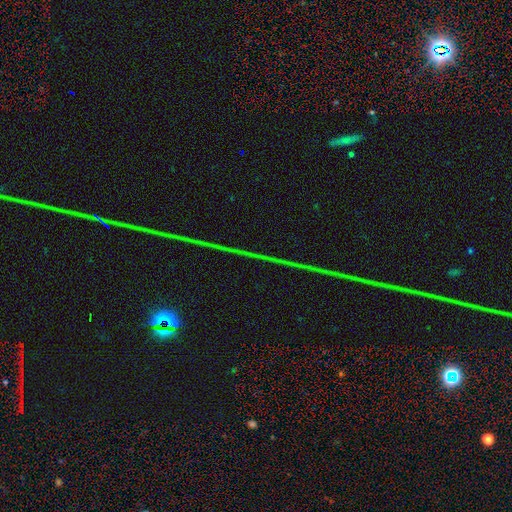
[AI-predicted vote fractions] Smooth or featured: star or artifact — 86% (featured or disk — 8%)